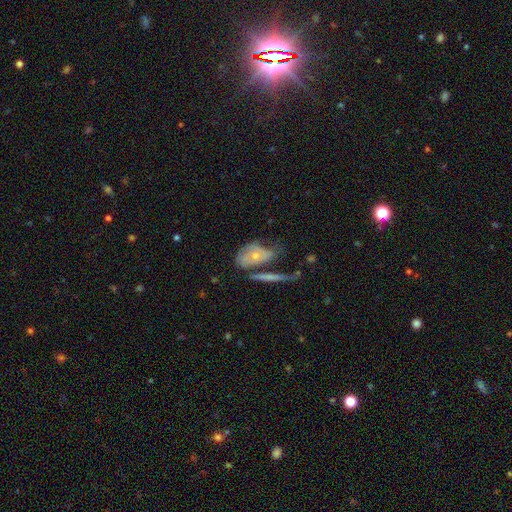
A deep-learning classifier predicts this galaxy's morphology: Smooth or featured? Predicted: featured or disk (p=0.49). Merging? Predicted: none (p=0.33).